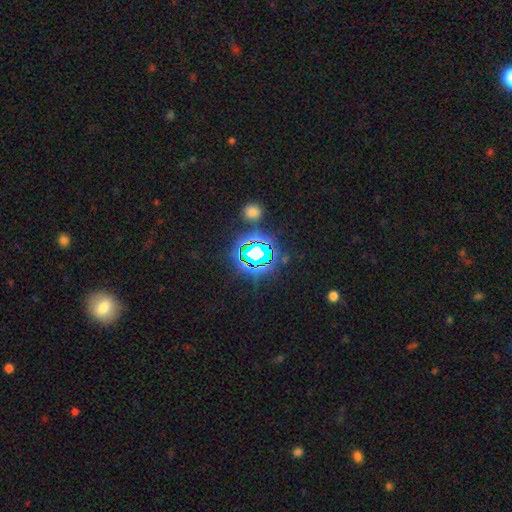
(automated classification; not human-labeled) star or artifact 72%, smooth 17%, featured or disk 11%.